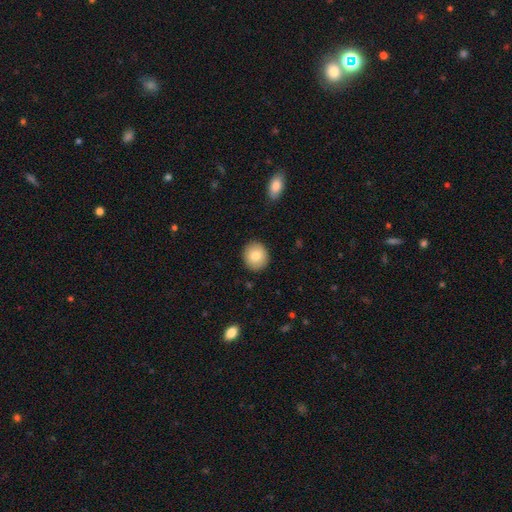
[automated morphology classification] smooth 82%, featured or disk 10%, star or artifact 7%. Down the decision tree: how rounded — round (85%); merging — none (90%).